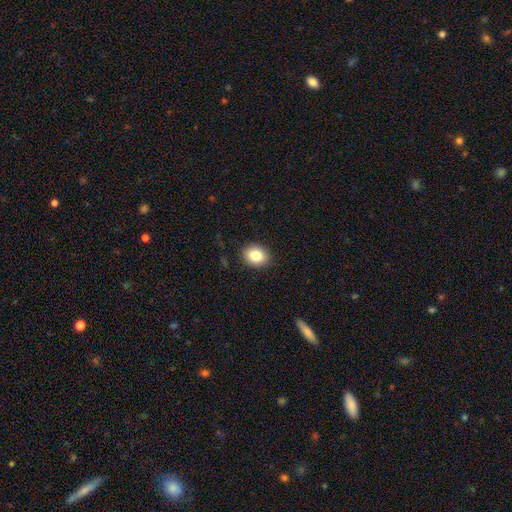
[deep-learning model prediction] Smooth or featured?
  - smooth: 84% *
  - star or artifact: 9%
  - featured or disk: 7%
How rounded?
  - round: 50% * (tied)
  - in between: 50% * (tied)
  - cigar-shaped: 1%
Merging?
  - none: 89% *
  - minor disturbance: 8%
  - major disturbance: 2%
  - merger: 1%